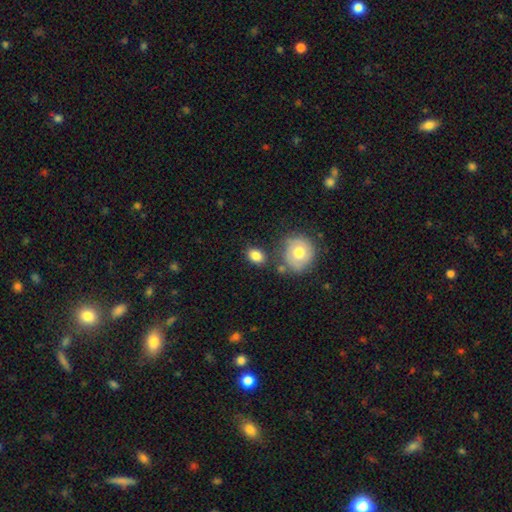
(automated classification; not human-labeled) The model was most divided on "how rounded": in between: 71%, round: 27%, cigar-shaped: 1%. More confident: smooth or featured — smooth (83%); merging — none (74%).